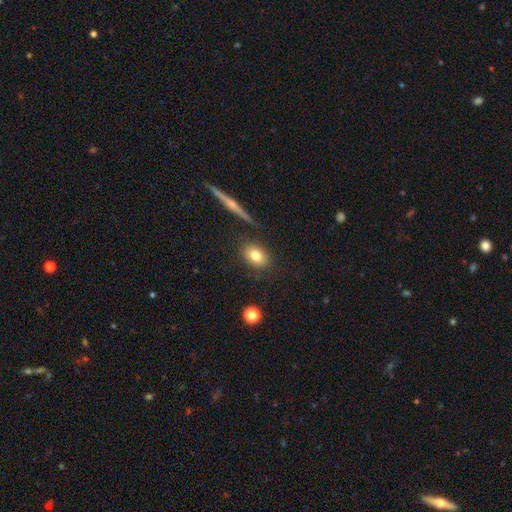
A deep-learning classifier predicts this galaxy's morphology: Q: Smooth or featured?
A: smooth (78%); runner-up: featured or disk (12%)
Q: How rounded?
A: in between (69%); runner-up: round (28%)
Q: Merging?
A: none (84%); runner-up: minor disturbance (10%)